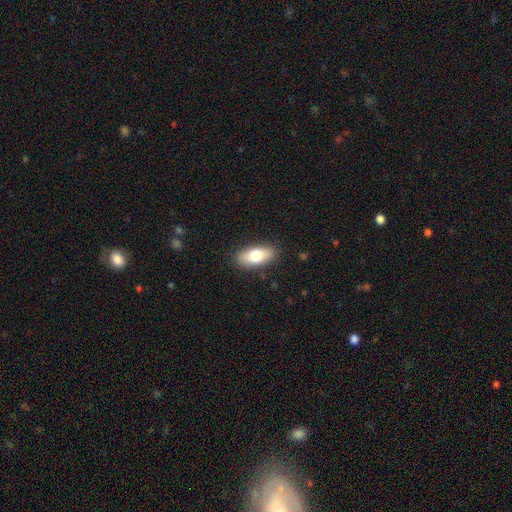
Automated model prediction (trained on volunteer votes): Overall: smooth (74%). How rounded: in between (84%). Merging: none (87%).